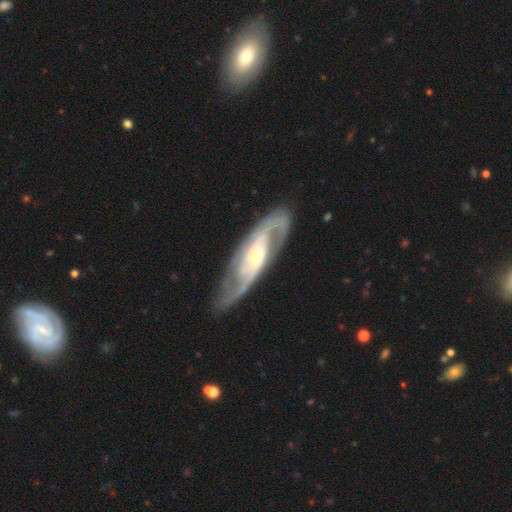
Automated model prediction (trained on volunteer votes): This appears to be a featured or disk galaxy (89%) with no bar (49%), 2 (86%) medium (51%) spiral arms (96%) and a small central bulge (59%). Merging: none (80%).